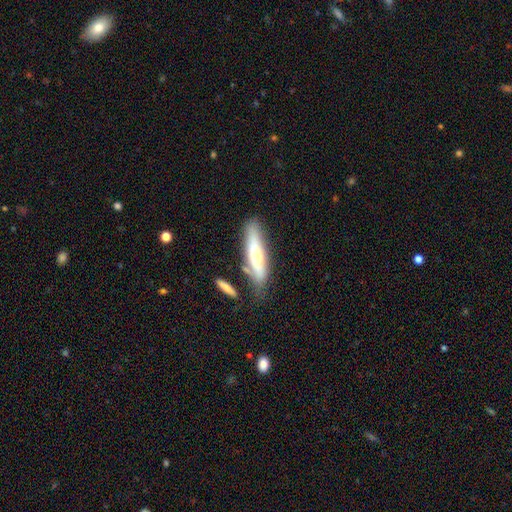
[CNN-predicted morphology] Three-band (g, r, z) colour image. It shows a smooth galaxy with no disk features (56%) that is cigar-shaped (81%). Merging: none (69%).